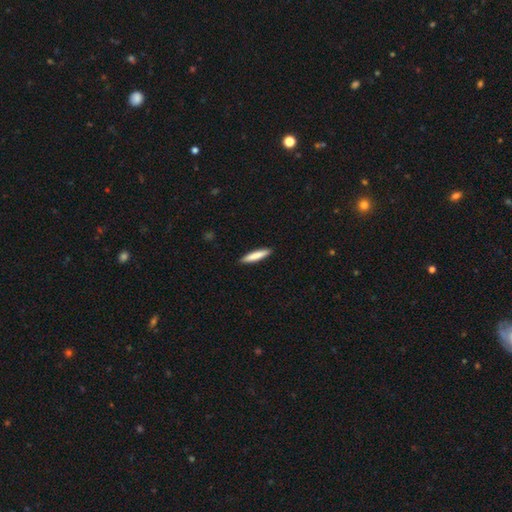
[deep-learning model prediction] This appears to be a smooth galaxy with no disk features (81%) that is cigar-shaped (88%). Merging: none (91%).